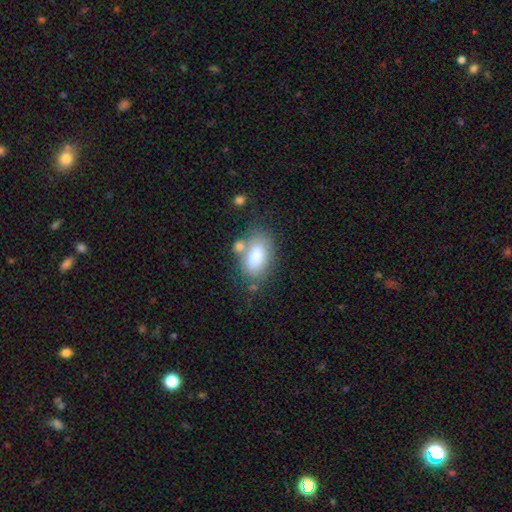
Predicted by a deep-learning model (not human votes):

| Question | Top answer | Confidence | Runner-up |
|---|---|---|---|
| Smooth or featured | smooth | 81% | featured or disk (12%) |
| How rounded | in between | 91% | round (7%) |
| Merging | none | 57% | merger (18%) |